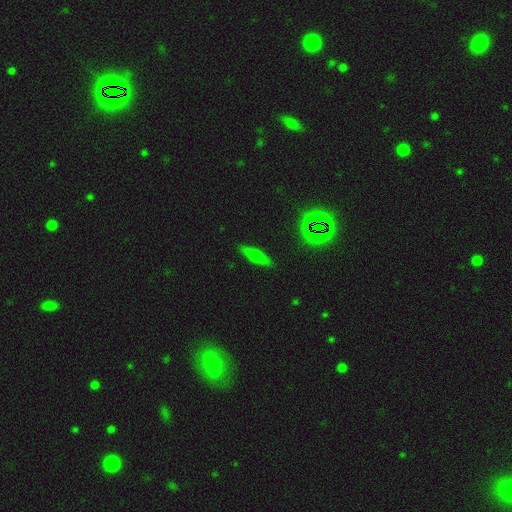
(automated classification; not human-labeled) Smooth or featured? smooth (55%)
How rounded? cigar-shaped (61%)
Merging? none (87%)